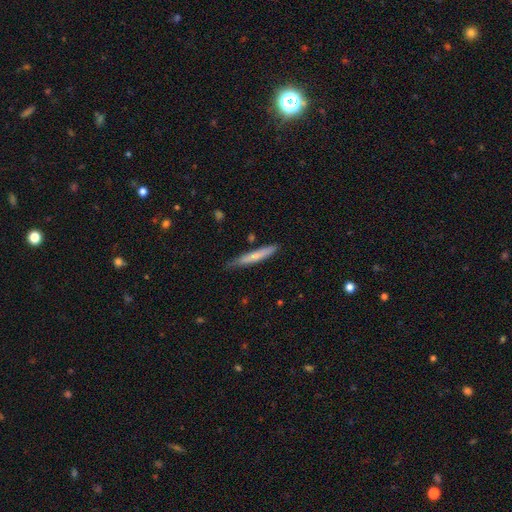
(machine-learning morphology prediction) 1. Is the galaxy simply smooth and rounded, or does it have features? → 64% smooth, 30% featured or disk, 6% star or artifact.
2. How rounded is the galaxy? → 94% cigar-shaped, 5% in between, 1% round.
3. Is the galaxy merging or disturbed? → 76% none, 19% minor disturbance, 3% major disturbance, 3% merger.